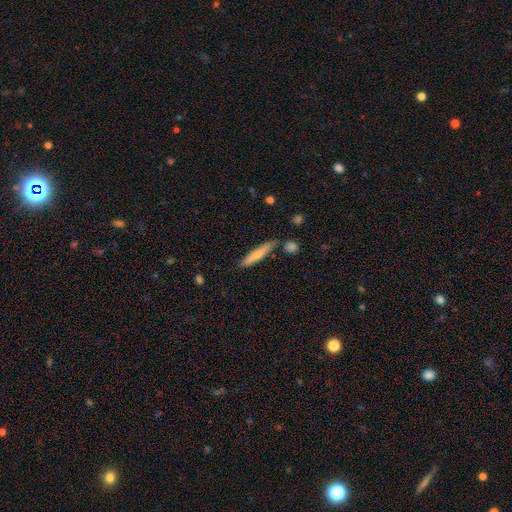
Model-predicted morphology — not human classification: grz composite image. It shows a smooth galaxy with no disk features (70%) that is cigar-shaped (92%). Merging: none (77%).